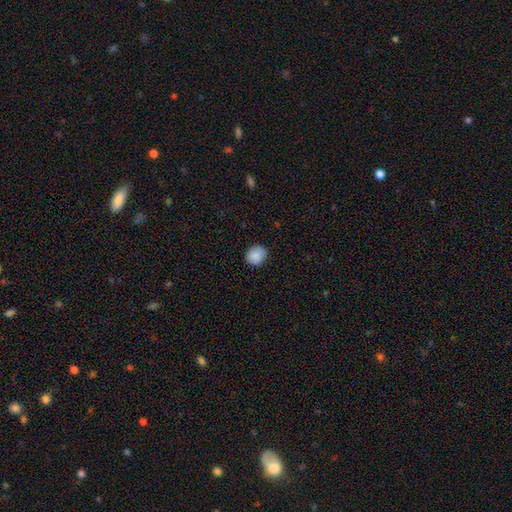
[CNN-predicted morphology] Smooth or featured? Predicted: smooth (p=0.87). How rounded? Predicted: round (p=0.75). Merging? Predicted: none (p=0.76).